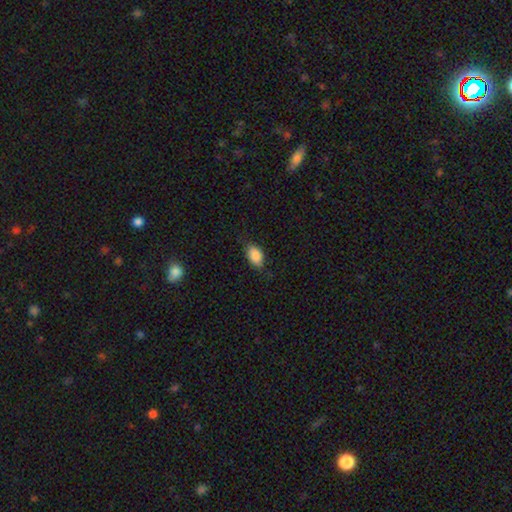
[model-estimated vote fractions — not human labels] A smooth galaxy with no disk features (87%) that is in between round and cigar-shaped (90%).

Vote fractions:
- Smooth or featured? smooth: 87% / star or artifact: 7% / featured or disk: 6%
- How rounded? in between: 90% / round: 8% / cigar-shaped: 2%
- Merging? none: 76% / minor disturbance: 19% / major disturbance: 4% / merger: 1%